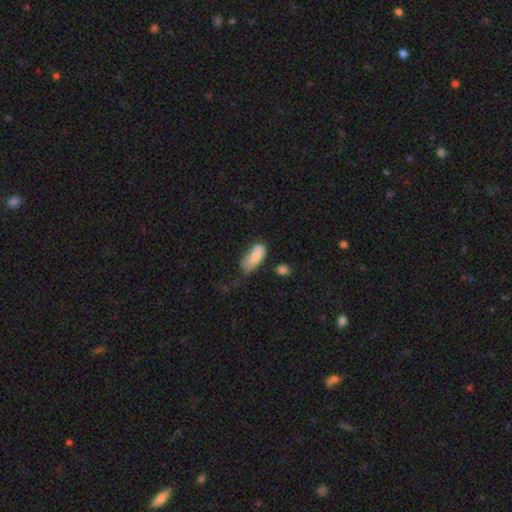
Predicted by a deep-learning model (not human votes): A smooth galaxy with no disk features (82%) that is in between round and cigar-shaped (84%).

Vote fractions:
- Smooth or featured? smooth: 82% / featured or disk: 11% / star or artifact: 7%
- How rounded? in between: 84% / cigar-shaped: 14% / round: 3%
- Merging? minor disturbance: 37% / none: 35% / major disturbance: 20% / merger: 9%